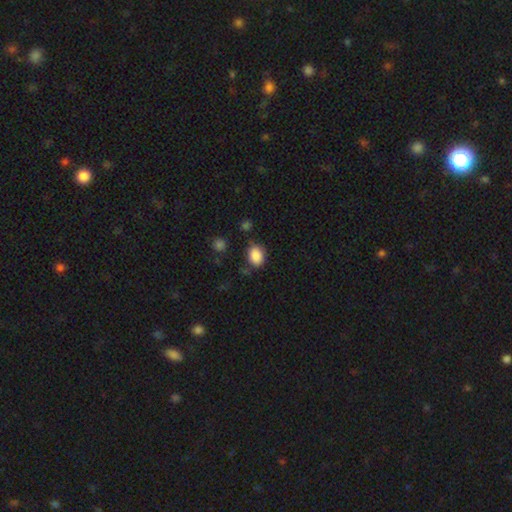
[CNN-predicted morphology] Smooth or featured?
  - smooth: 87% *
  - star or artifact: 9%
  - featured or disk: 4%
How rounded?
  - in between: 62% *
  - round: 37%
  - cigar-shaped: 1%
Merging?
  - none: 73% *
  - minor disturbance: 18%
  - major disturbance: 4%
  - merger: 4%